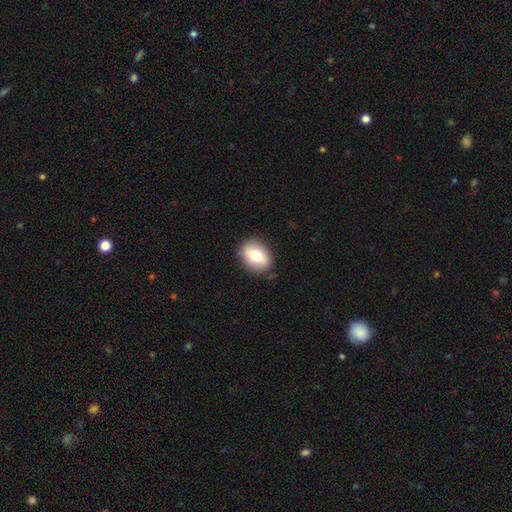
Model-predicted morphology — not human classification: Smooth or featured: smooth — 74% (featured or disk — 18%)
How rounded: in between — 64% (round — 35%)
Merging: none — 86% (minor disturbance — 10%)